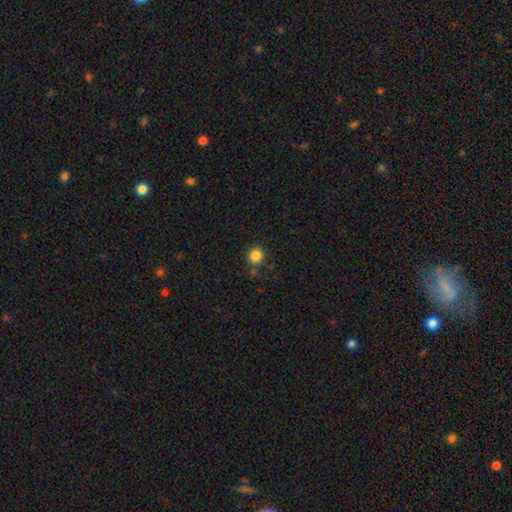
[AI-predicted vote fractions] A smooth galaxy with no disk features (84%) that is round (89%). Merging: none (81%).